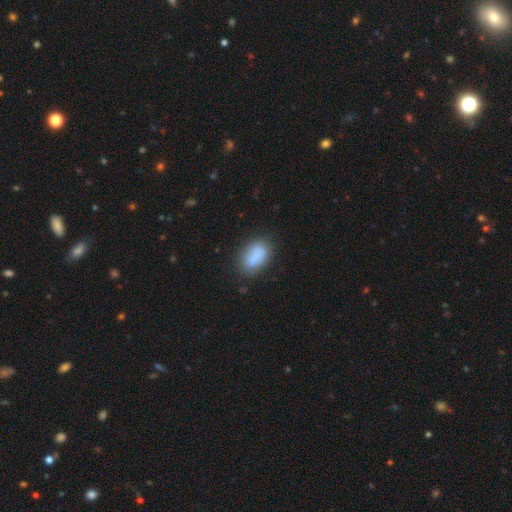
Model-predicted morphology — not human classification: Overall: smooth (81%). How rounded: in between (87%). Merging: none (66%).